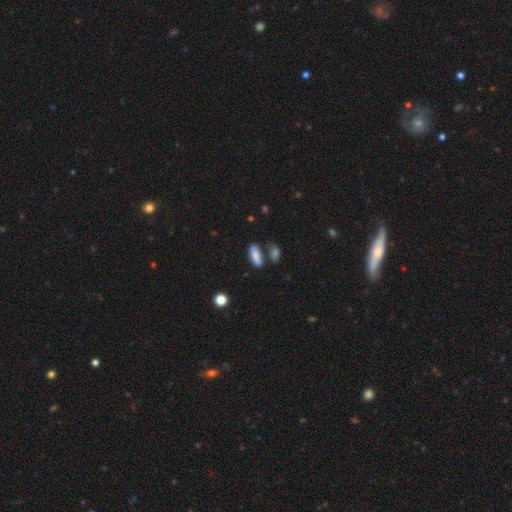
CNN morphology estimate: The model was most divided on "how rounded": in between: 67%, cigar-shaped: 30%, round: 3%. More confident: smooth or featured — smooth (83%); merging — none (67%).